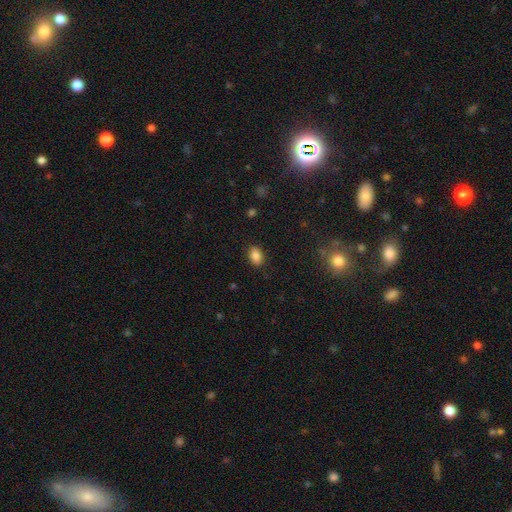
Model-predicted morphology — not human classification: Smooth or featured?
  - smooth: 85% *
  - star or artifact: 10%
  - featured or disk: 5%
How rounded?
  - in between: 79% *
  - round: 20%
  - cigar-shaped: 1%
Merging?
  - none: 87% *
  - minor disturbance: 9%
  - major disturbance: 2%
  - merger: 1%